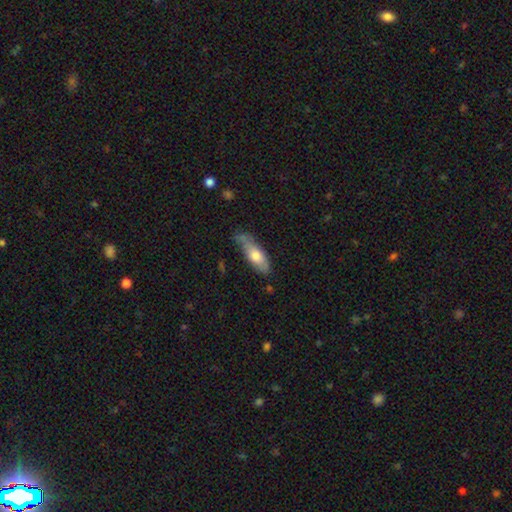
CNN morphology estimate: Q: Smooth or featured?
A: smooth (65%); runner-up: featured or disk (29%)
Q: How rounded?
A: in between (57%); runner-up: cigar-shaped (40%)
Q: Merging?
A: none (54%); runner-up: minor disturbance (32%)